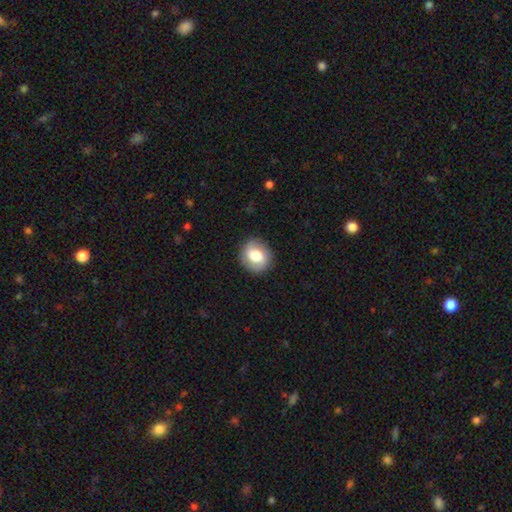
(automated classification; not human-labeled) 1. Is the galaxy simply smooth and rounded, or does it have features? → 69% smooth, 23% featured or disk, 7% star or artifact.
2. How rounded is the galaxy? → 72% round, 27% in between, 1% cigar-shaped.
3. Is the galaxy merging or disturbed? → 87% none, 9% minor disturbance, 3% major disturbance, 1% merger.